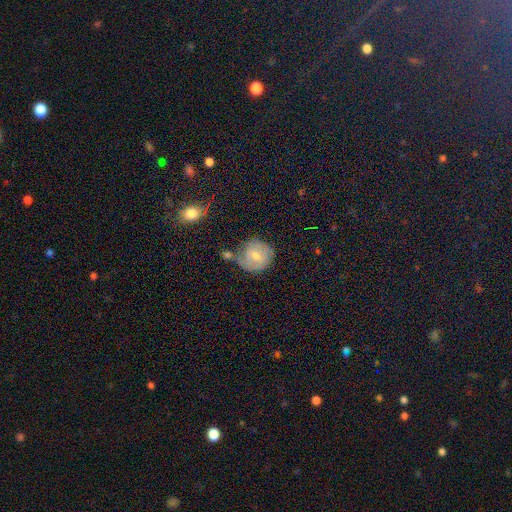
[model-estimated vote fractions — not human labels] Smooth or featured?
  - smooth: 59% *
  - featured or disk: 34%
  - star or artifact: 7%
How rounded?
  - round: 87% *
  - in between: 12%
  - cigar-shaped: 1%
Merging?
  - none: 48% *
  - minor disturbance: 24%
  - merger: 17%
  - major disturbance: 10%